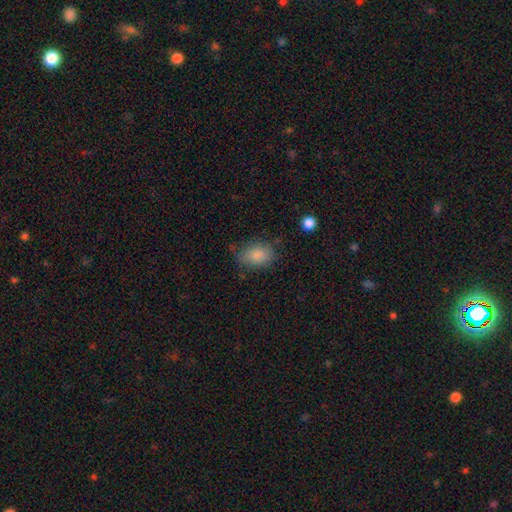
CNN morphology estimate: A smooth galaxy with no disk features (83%) that is in between round and cigar-shaped (78%).

Vote fractions:
- Smooth or featured? smooth: 83% / star or artifact: 9% / featured or disk: 7%
- How rounded? in between: 78% / round: 20% / cigar-shaped: 1%
- Merging? none: 74% / minor disturbance: 19% / major disturbance: 5% / merger: 2%